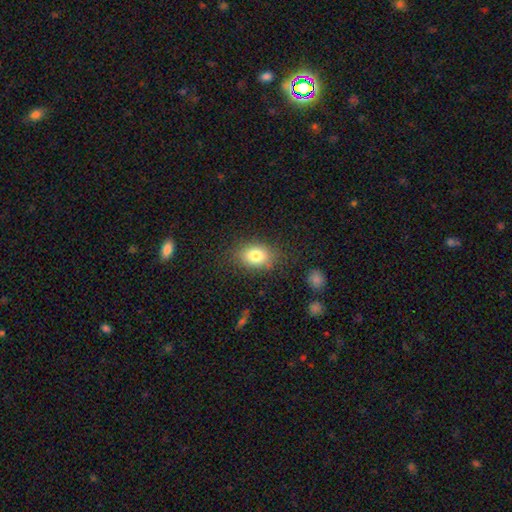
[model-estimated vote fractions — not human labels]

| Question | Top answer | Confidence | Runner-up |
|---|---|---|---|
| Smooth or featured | smooth | 80% | featured or disk (10%) |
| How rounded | in between | 73% | round (26%) |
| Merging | none | 80% | minor disturbance (14%) |